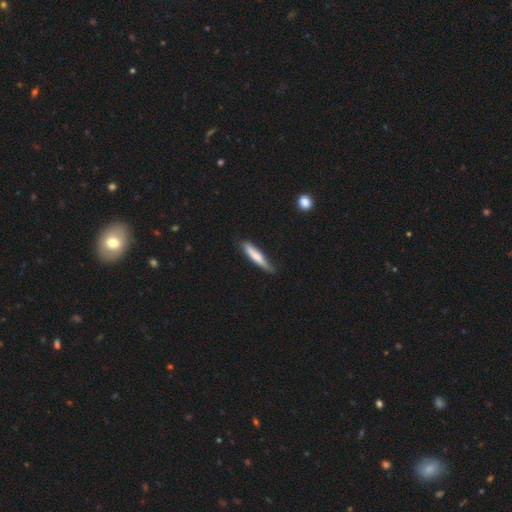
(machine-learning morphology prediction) The model was most divided on "merging": none: 68%, minor disturbance: 26%, major disturbance: 4%, merger: 2%. More confident: how rounded — cigar-shaped (88%); smooth or featured — smooth (69%).